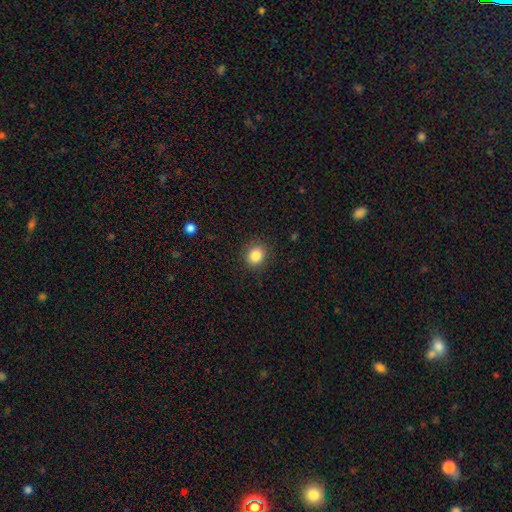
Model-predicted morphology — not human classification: Smooth or featured: smooth — 85% (star or artifact — 10%)
How rounded: round — 79% (in between — 20%)
Merging: none — 88% (minor disturbance — 8%)